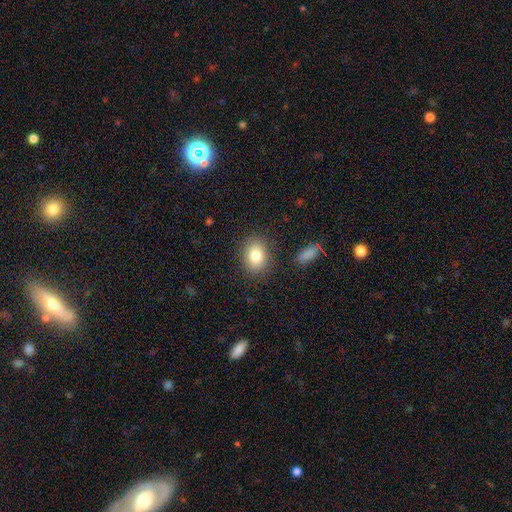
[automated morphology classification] Q: Smooth or featured?
A: smooth (82%); runner-up: featured or disk (9%)
Q: How rounded?
A: in between (61%); runner-up: round (38%)
Q: Merging?
A: none (84%); runner-up: minor disturbance (10%)